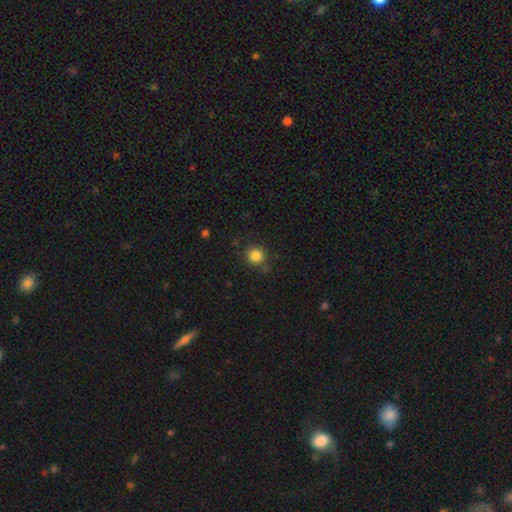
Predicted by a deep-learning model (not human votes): Smooth or featured?
  - smooth: 84% *
  - star or artifact: 11%
  - featured or disk: 5%
How rounded?
  - round: 92% *
  - in between: 7%
  - cigar-shaped: 1%
Merging?
  - none: 84% *
  - minor disturbance: 11%
  - major disturbance: 3%
  - merger: 2%